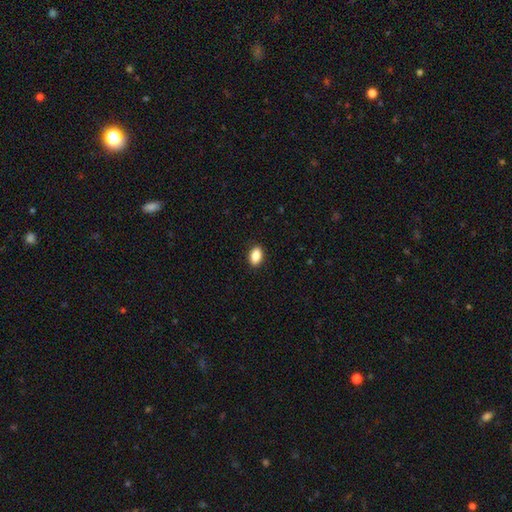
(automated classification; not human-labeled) Smooth or featured? smooth (87%)
How rounded? in between (89%)
Merging? none (90%)